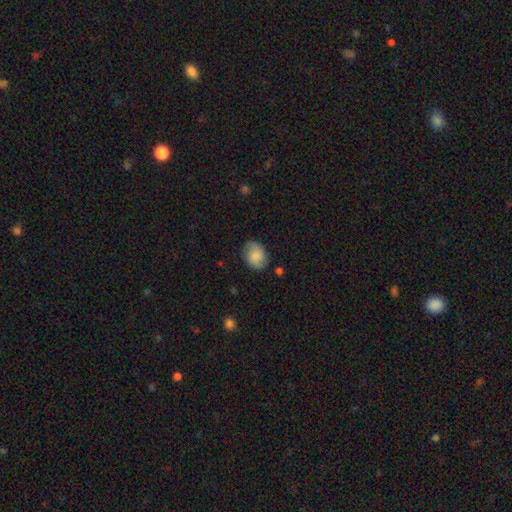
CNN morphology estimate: A smooth galaxy with no disk features (69%) that is in between round and cigar-shaped (62%).

Vote fractions:
- Smooth or featured? smooth: 69% / featured or disk: 23% / star or artifact: 8%
- How rounded? in between: 62% / round: 37% / cigar-shaped: 1%
- Merging? none: 77% / minor disturbance: 17% / major disturbance: 4% / merger: 2%